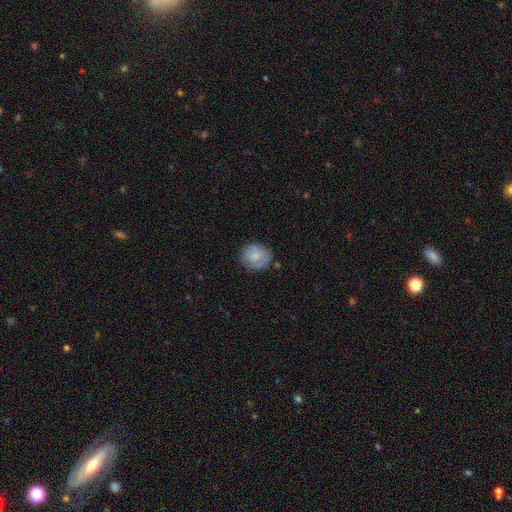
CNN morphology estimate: Overall: smooth (76%). How rounded: round (77%). Merging: none (77%).